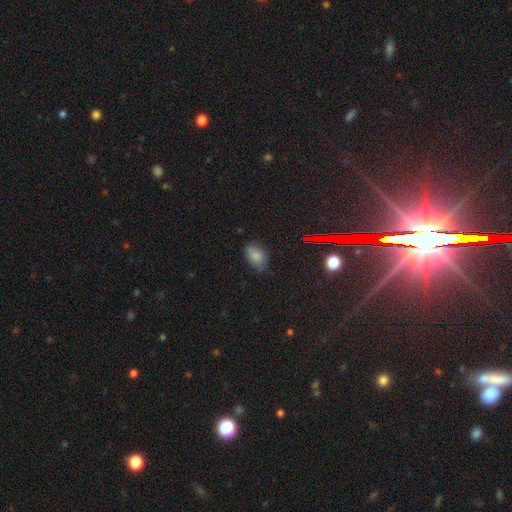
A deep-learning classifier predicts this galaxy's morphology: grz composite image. It shows a smooth galaxy with no disk features (75%) that is in between round and cigar-shaped (86%). Merging: none (63%).